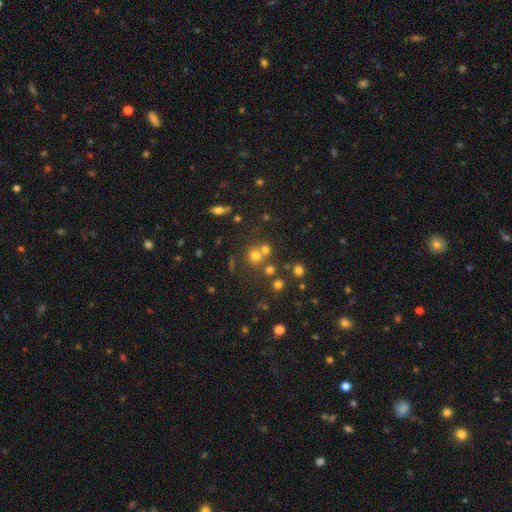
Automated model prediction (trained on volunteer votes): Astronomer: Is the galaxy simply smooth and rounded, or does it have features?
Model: smooth — 66%.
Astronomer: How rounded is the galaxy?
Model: round — 89%.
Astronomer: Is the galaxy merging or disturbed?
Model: none — 57% (runner-up: merger, 32%).